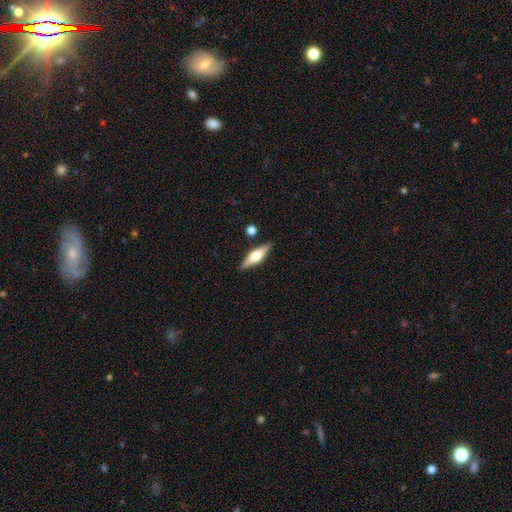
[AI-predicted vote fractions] smooth-or-featured: featured or disk: 58% | smooth: 36% | star or artifact: 6%
  disk-edge-on: yes: 95% | no: 5%
    edge-on-bulge: rounded: 89% | boxy: 8% | none: 2%
  merging: none: 86% | minor disturbance: 9% | merger: 3% | major disturbance: 2%